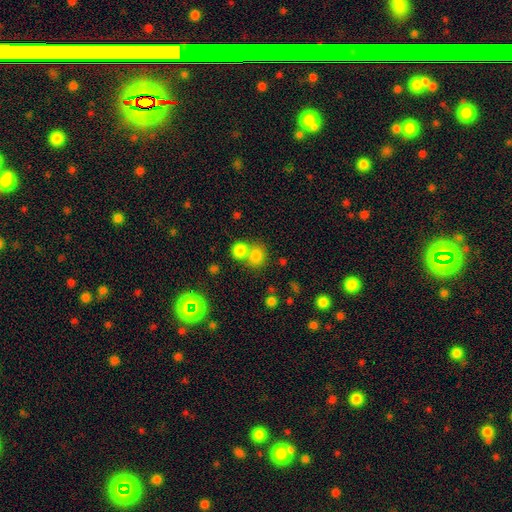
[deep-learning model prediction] smooth 79%, star or artifact 14%, featured or disk 7%. Down the decision tree: how rounded — round (78%); merging — none (52%).